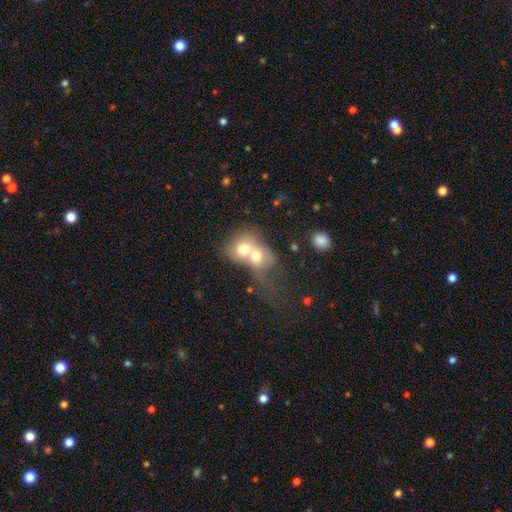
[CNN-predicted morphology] A smooth galaxy with no disk features (63%) that is round (59%). Merging: merger (79%).